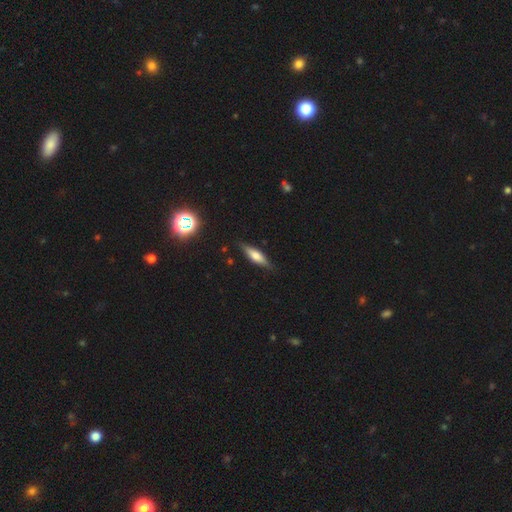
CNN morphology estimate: Smooth or featured? smooth (52%)
How rounded? cigar-shaped (63%)
Merging? none (84%)